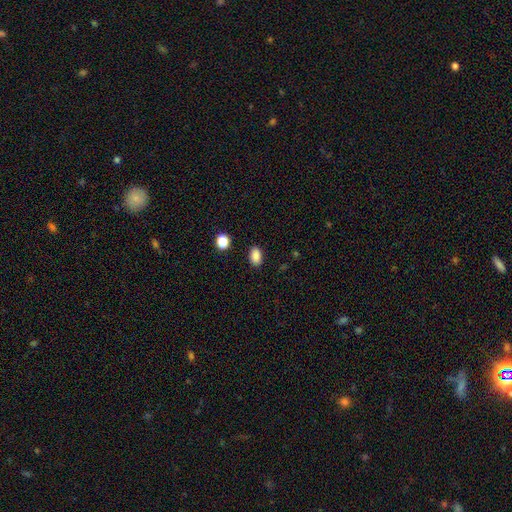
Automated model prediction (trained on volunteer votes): smooth_or_featured: smooth (p=0.87) [alt: star or artifact p=0.09]
how_rounded: in between (p=0.88) [alt: round p=0.11]
merging: none (p=0.87) [alt: minor disturbance p=0.09]